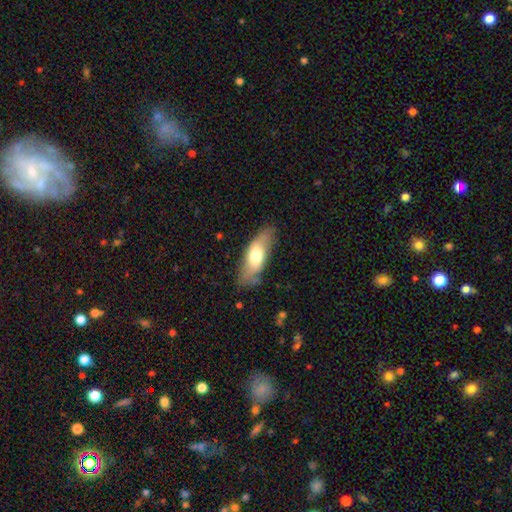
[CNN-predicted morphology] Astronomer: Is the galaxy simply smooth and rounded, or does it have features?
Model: smooth — 62%.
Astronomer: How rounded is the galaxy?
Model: in between — 69%.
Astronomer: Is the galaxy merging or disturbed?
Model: none — 71%.